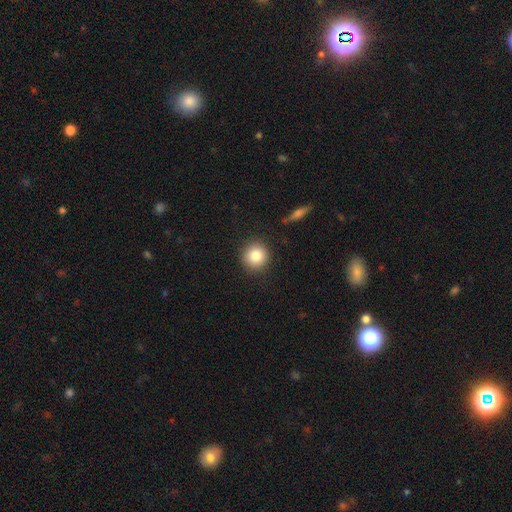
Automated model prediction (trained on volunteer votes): A smooth galaxy with no disk features (84%) that is round (93%). Merging: none (89%).